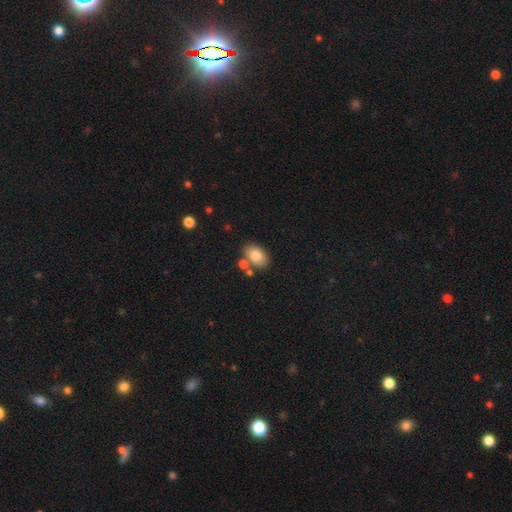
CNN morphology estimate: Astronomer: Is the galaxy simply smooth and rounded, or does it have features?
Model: smooth — 84%.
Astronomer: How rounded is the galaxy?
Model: in between — 89%.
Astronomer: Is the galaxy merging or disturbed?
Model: none — 71%.